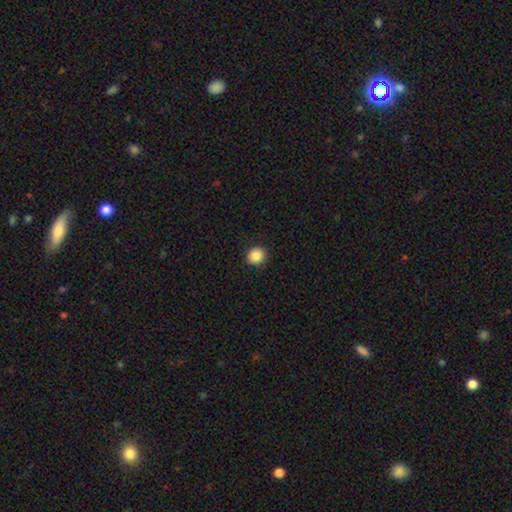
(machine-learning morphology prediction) Smooth or featured: smooth — 86% (star or artifact — 9%)
How rounded: round — 84% (in between — 15%)
Merging: none — 91% (minor disturbance — 6%)